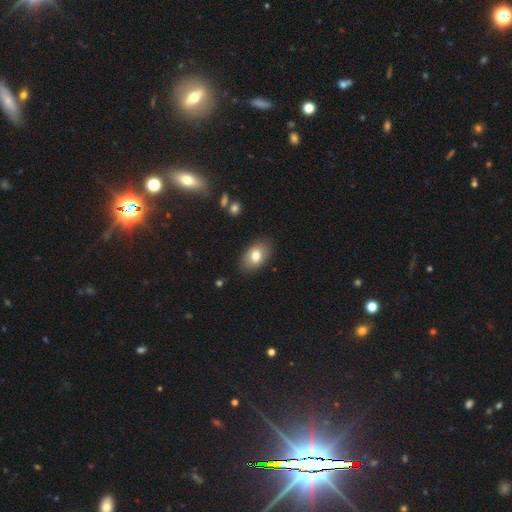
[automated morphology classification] type=smooth (78%); roundness=in between (87%); merging=none (85%).